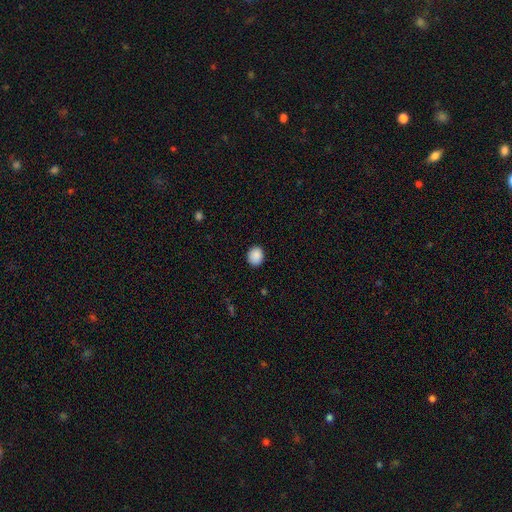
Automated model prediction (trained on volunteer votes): Smooth or featured? smooth (90%)
How rounded? round (62%)
Merging? none (88%)